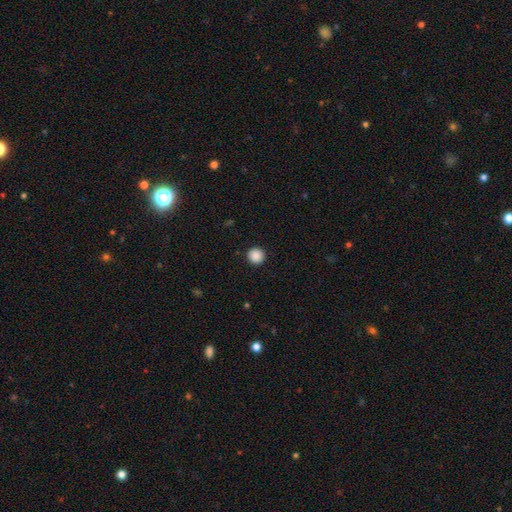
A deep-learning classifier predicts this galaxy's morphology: Overall: smooth (88%). How rounded: round (95%). Merging: none (92%).